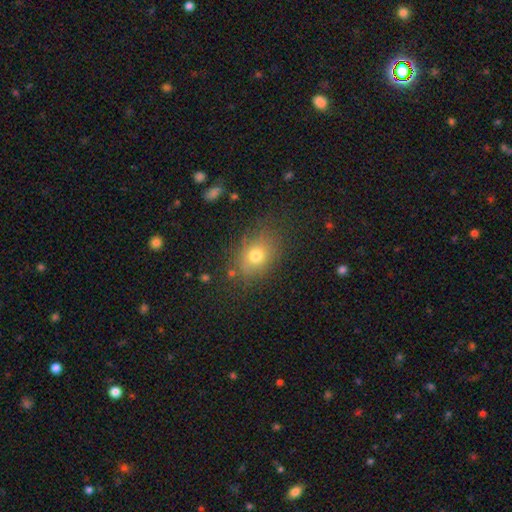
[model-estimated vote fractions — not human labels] This is likely a smooth galaxy (72%). How rounded: likely in between (67%). Merging: likely none (74%).